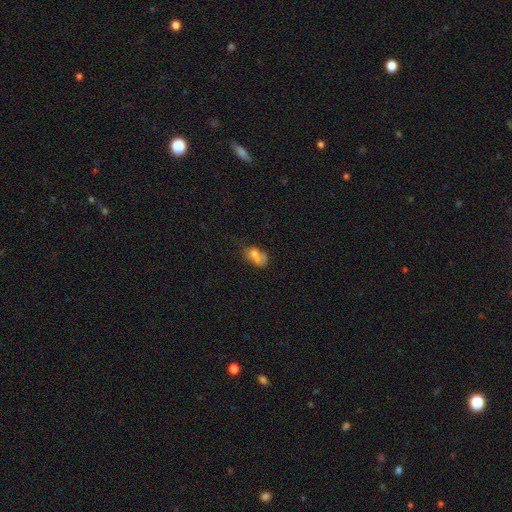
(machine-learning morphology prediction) Q: Smooth or featured?
A: smooth (62%); runner-up: featured or disk (24%)
Q: How rounded?
A: in between (77%); runner-up: round (19%)
Q: Merging?
A: merger (45%); runner-up: none (28%)